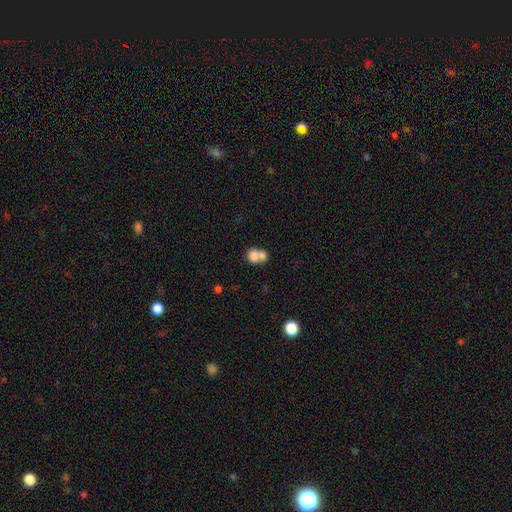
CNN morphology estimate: Smooth or featured? smooth (76%)
How rounded? round (54%)
Merging? merger (67%)